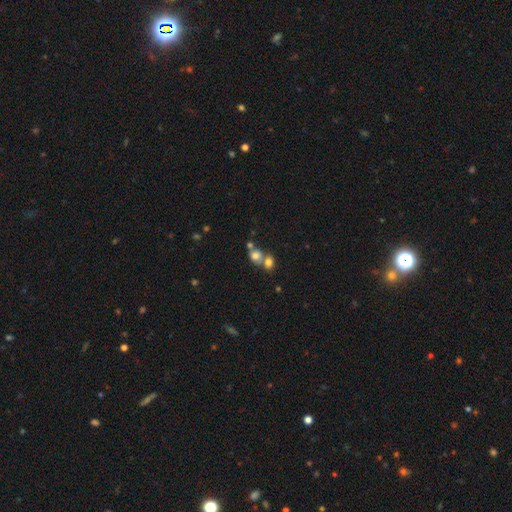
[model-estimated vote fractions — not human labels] smooth 73%, featured or disk 14%, star or artifact 13%. Down the decision tree: how rounded — round (63%); merging — merger (56%).